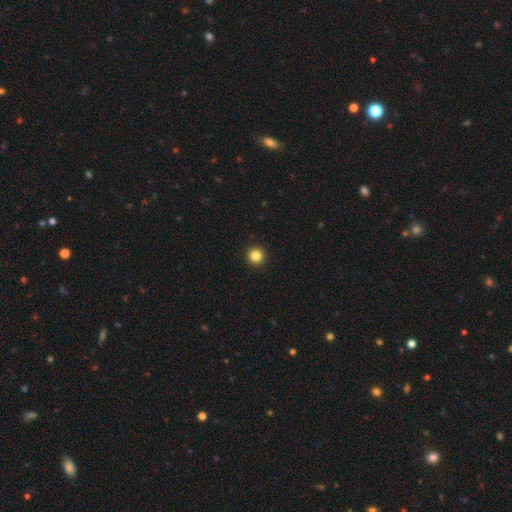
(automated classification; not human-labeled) A smooth galaxy with no disk features (85%) that is round (96%). Merging: none (94%).